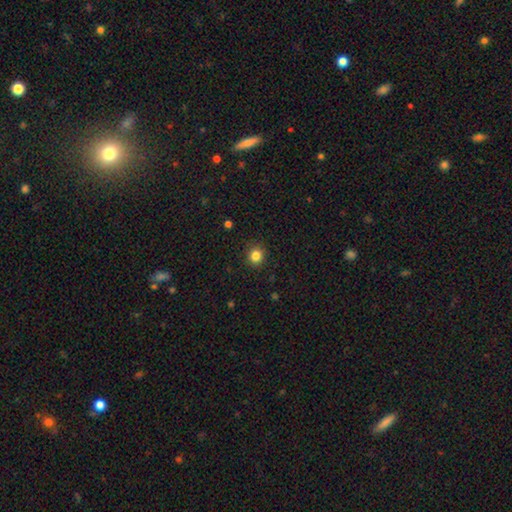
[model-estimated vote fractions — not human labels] The model was most divided on "smooth or featured": smooth: 84%, star or artifact: 12%, featured or disk: 5%. More confident: merging — none (91%); how rounded — round (87%).